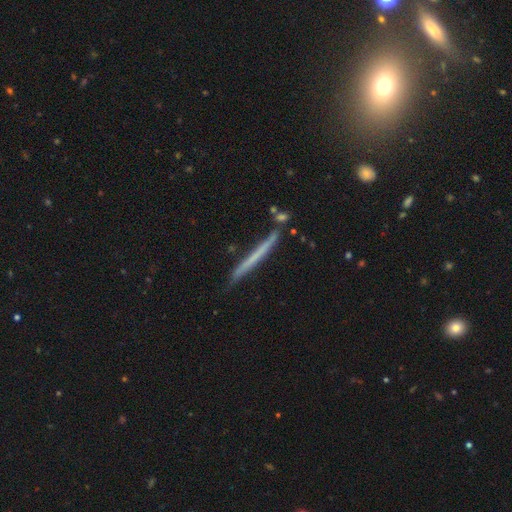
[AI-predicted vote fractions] Smooth or featured? Predicted: smooth (p=0.47, tied with featured or disk). Merging? Predicted: none (p=0.84).